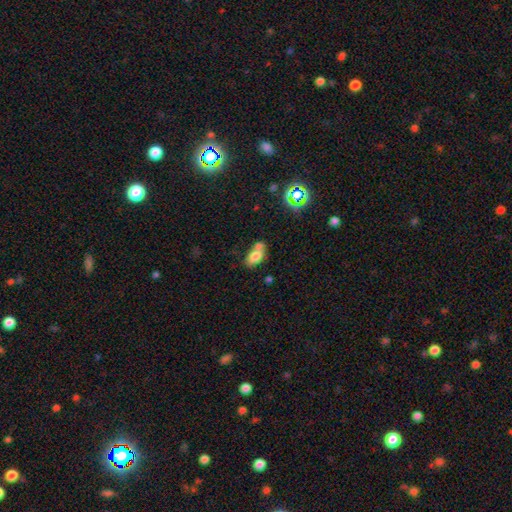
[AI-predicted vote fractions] smooth-or-featured: smooth: 73% | featured or disk: 16% | star or artifact: 12%
  how-rounded: in between: 86% | round: 11% | cigar-shaped: 3%
  merging: merger: 42% | none: 39% | minor disturbance: 15% | major disturbance: 5%